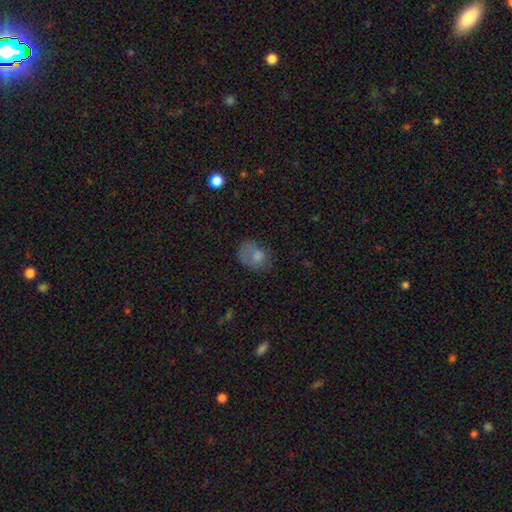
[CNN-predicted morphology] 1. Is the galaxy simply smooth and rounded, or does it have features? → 72% smooth, 17% featured or disk, 11% star or artifact.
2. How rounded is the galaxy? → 62% in between, 37% round, 1% cigar-shaped.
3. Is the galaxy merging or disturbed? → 38% none, 29% minor disturbance, 28% major disturbance, 5% merger.